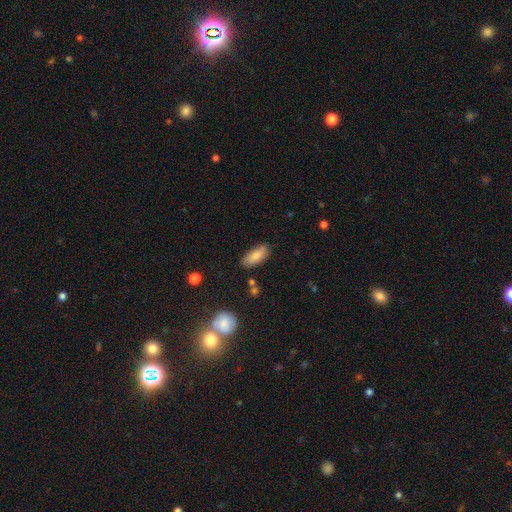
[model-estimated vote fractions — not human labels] A smooth galaxy with no disk features (82%) that is in between round and cigar-shaped (79%).

Vote fractions:
- Smooth or featured? smooth: 82% / featured or disk: 11% / star or artifact: 7%
- How rounded? in between: 79% / cigar-shaped: 19% / round: 2%
- Merging? none: 82% / minor disturbance: 13% / major disturbance: 3% / merger: 2%